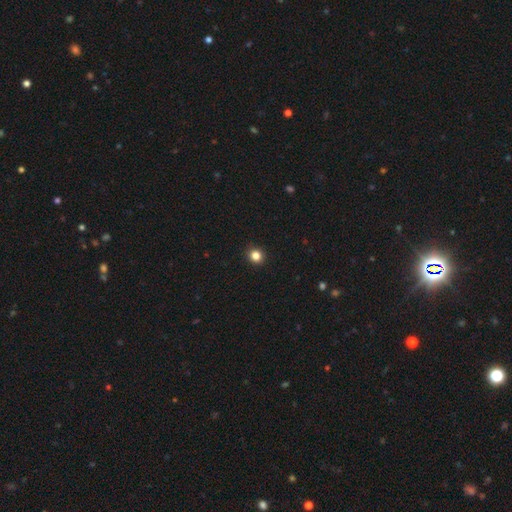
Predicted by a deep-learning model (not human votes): Smooth or featured? smooth (83%)
How rounded? round (88%)
Merging? none (92%)